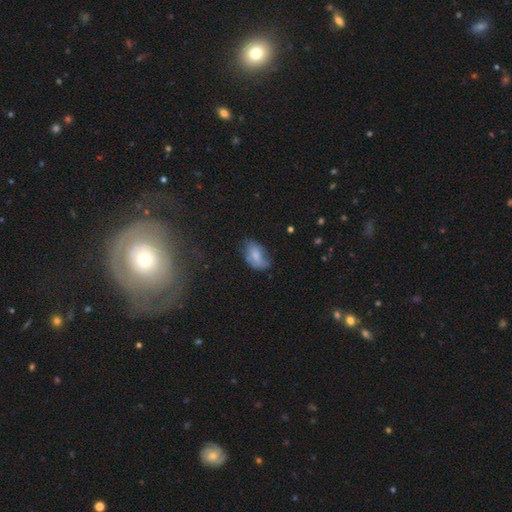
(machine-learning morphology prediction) A smooth galaxy with no disk features (69%) that is in between round and cigar-shaped (90%). Merging: none (49%).